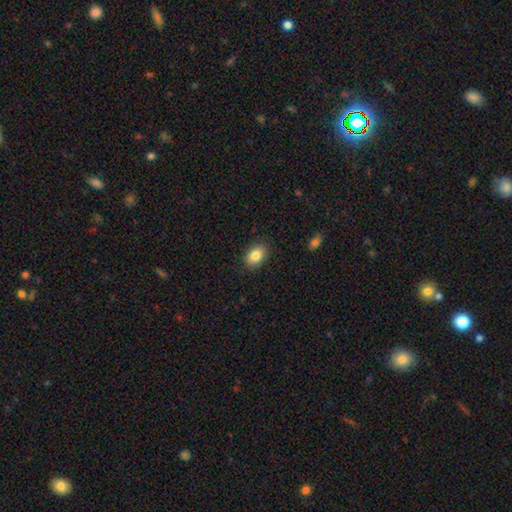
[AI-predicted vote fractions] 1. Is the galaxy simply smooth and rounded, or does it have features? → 84% smooth, 8% star or artifact, 8% featured or disk.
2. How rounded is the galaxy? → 85% in between, 14% round, 1% cigar-shaped.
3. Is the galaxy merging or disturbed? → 88% none, 9% minor disturbance, 2% major disturbance, 1% merger.